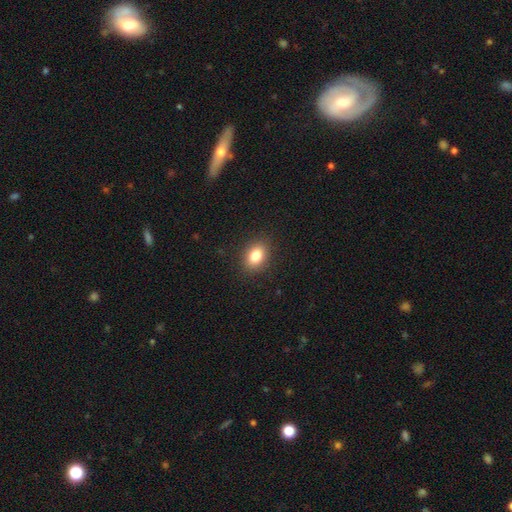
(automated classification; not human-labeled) Morphology: type=smooth (82%); roundness=in between (71%); merging=none (88%).